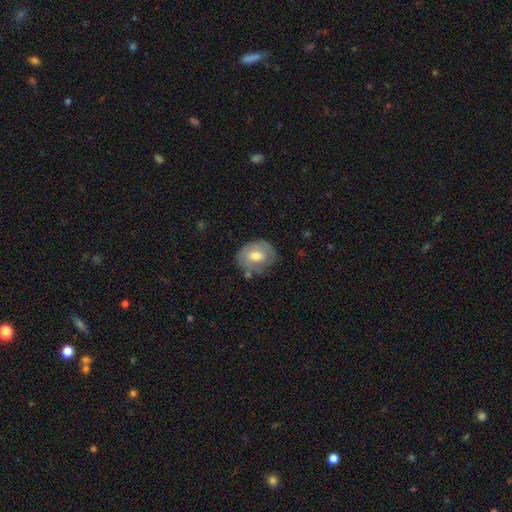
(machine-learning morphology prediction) type=smooth (57%); roundness=round (55%); merging=none (64%).